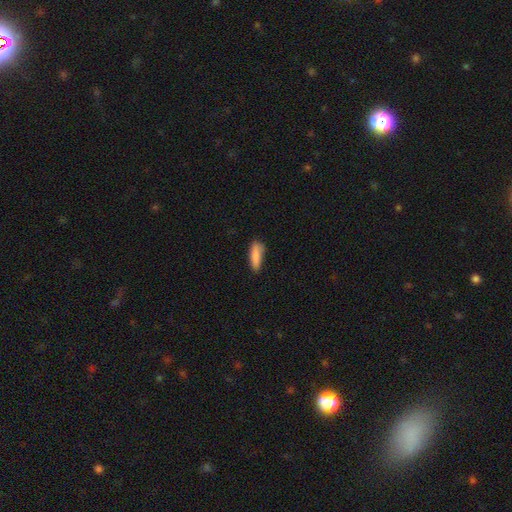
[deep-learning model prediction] The model was most divided on "how rounded": cigar-shaped: 57%, in between: 41%, round: 2%. More confident: smooth or featured — smooth (86%); merging — none (72%).